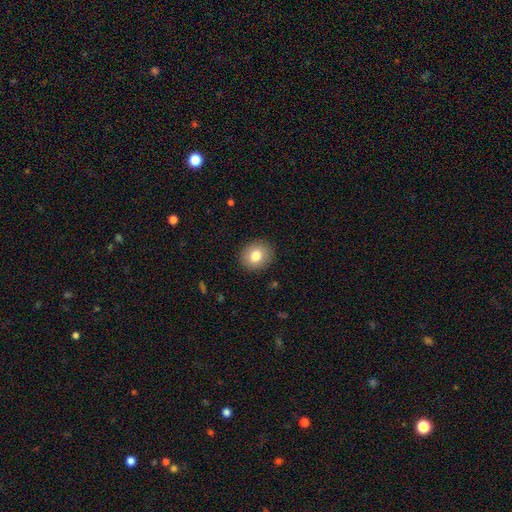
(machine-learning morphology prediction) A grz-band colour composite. It shows a smooth galaxy with no disk features (80%) that is round (69%). Merging: none (90%).